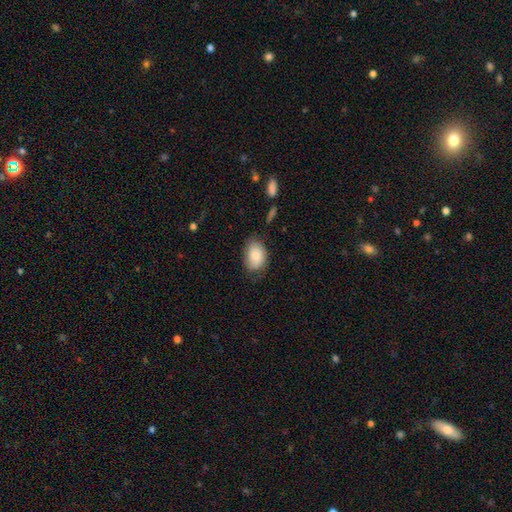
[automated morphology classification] Smooth or featured? smooth (86%)
How rounded? in between (86%)
Merging? none (70%)